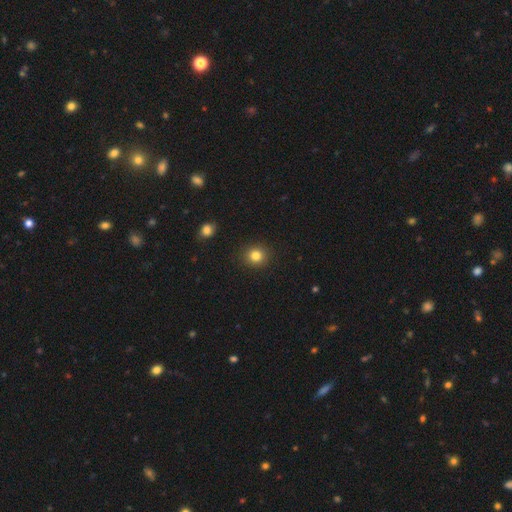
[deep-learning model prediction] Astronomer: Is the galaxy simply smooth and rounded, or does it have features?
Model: smooth — 82%.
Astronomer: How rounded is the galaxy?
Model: round — 87%.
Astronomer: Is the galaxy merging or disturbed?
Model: none — 91%.